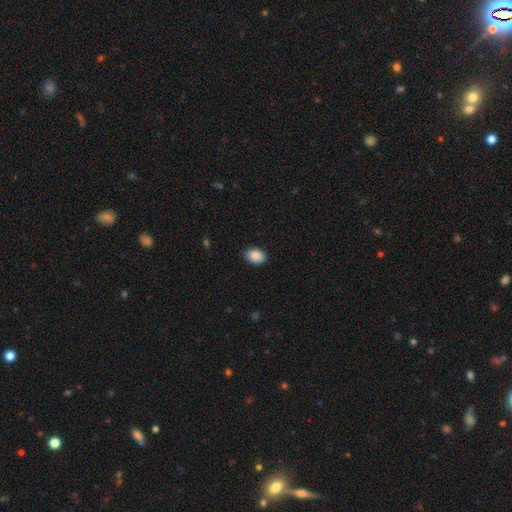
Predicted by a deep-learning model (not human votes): Overall: smooth (89%). How rounded: in between (81%). Merging: none (86%).